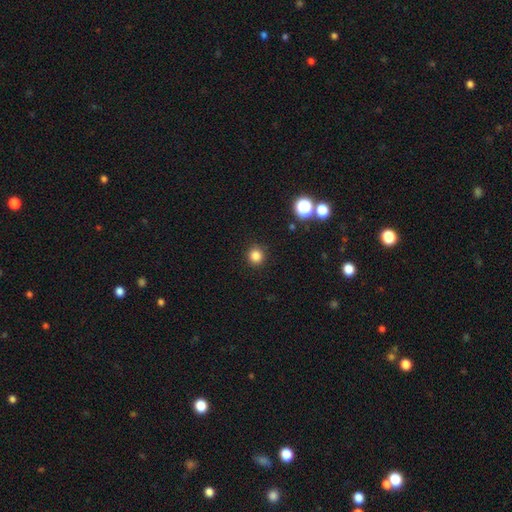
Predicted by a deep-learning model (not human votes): smooth 83%, star or artifact 13%, featured or disk 4%. Down the decision tree: how rounded — round (93%); merging — none (92%).